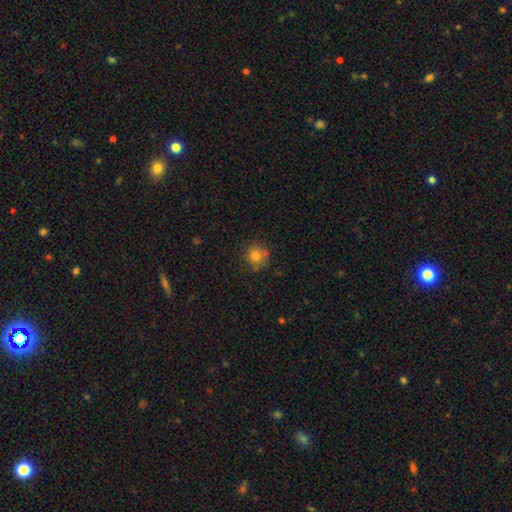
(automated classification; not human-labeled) Overall: smooth (79%). How rounded: round (91%). Merging: none (79%).